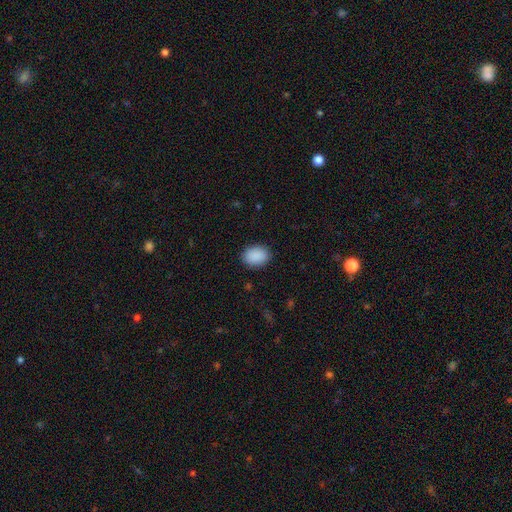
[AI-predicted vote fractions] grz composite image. It shows a smooth galaxy with no disk features (91%) that is in between round and cigar-shaped (75%). Merging: none (88%).